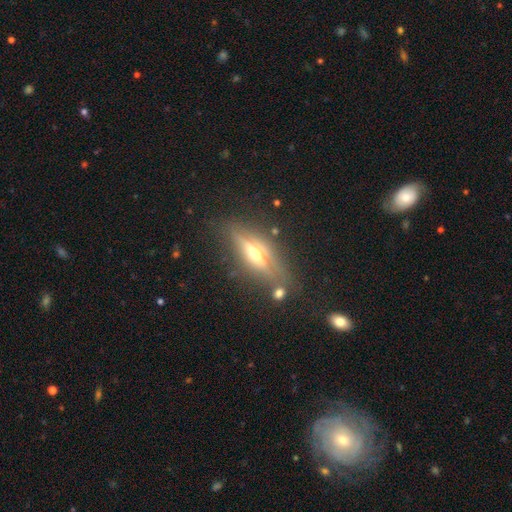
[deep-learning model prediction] smooth-or-featured: featured or disk: 73% | smooth: 18% | star or artifact: 9%
  disk-edge-on: yes: 93% | no: 7%
    edge-on-bulge: rounded: 93% | boxy: 4% | none: 3%
  merging: none: 81% | minor disturbance: 12% | major disturbance: 4% | merger: 3%